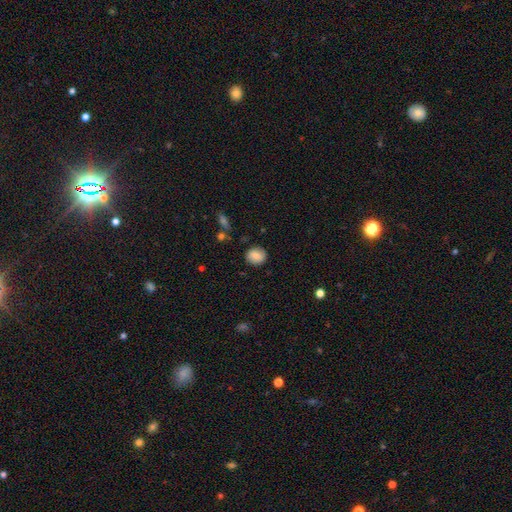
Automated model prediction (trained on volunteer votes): Q: Smooth or featured?
A: smooth (78%); runner-up: featured or disk (14%)
Q: How rounded?
A: round (80%); runner-up: in between (19%)
Q: Merging?
A: none (85%); runner-up: minor disturbance (11%)